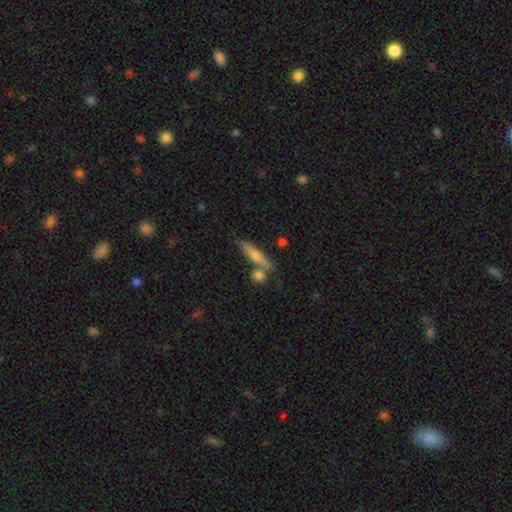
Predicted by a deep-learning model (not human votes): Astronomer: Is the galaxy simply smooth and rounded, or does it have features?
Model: smooth — 54% (runner-up: featured or disk, 40%).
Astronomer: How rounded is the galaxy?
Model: cigar-shaped — 82%.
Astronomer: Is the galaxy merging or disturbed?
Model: none — 69%.